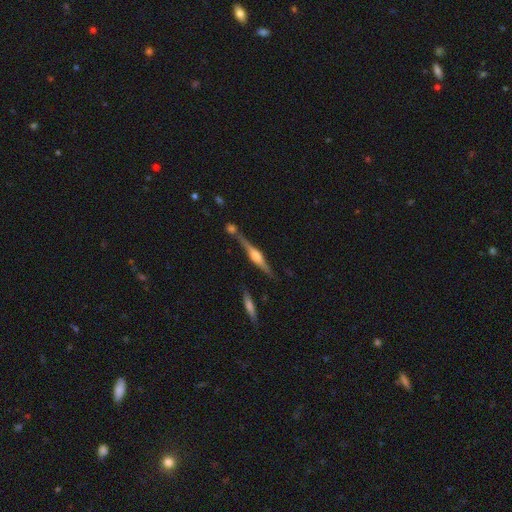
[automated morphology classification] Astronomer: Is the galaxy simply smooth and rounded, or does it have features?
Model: featured or disk — 80%.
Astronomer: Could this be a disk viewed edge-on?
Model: yes — 98%.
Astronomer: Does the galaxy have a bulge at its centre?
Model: rounded — 84%.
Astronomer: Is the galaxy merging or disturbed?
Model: none — 75%.